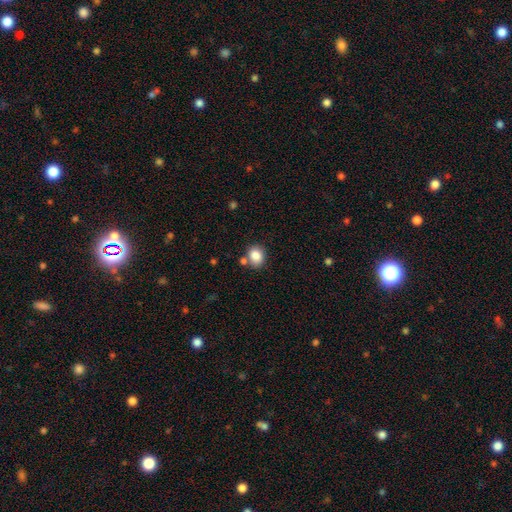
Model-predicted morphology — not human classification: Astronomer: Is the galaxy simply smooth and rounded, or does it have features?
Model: smooth — 85%.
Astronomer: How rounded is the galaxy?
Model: round — 60% (runner-up: in between, 39%).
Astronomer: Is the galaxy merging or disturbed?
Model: none — 71%.